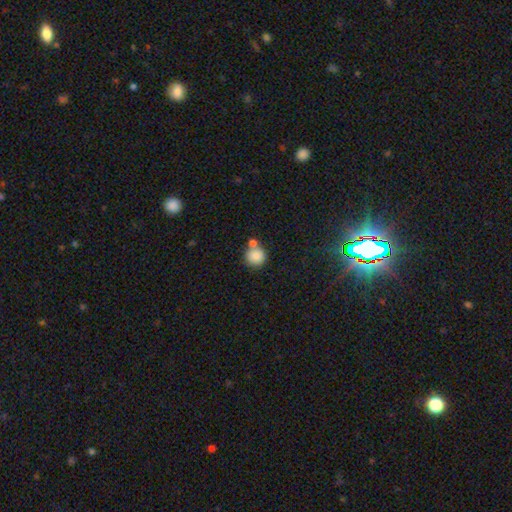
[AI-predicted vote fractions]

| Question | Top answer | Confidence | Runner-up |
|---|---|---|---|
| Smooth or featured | smooth | 85% | star or artifact (9%) |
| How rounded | round | 91% | in between (8%) |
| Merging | none | 58% | merger (27%) |